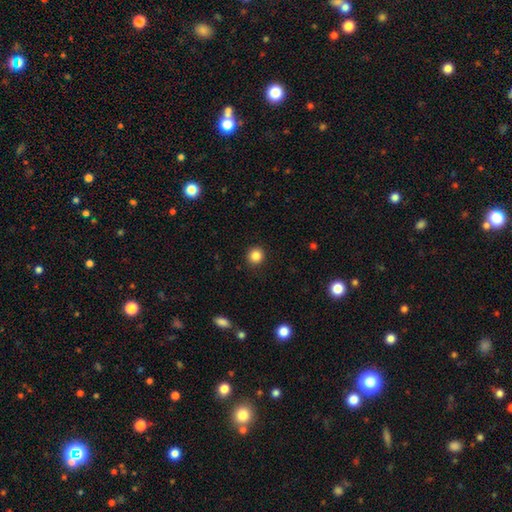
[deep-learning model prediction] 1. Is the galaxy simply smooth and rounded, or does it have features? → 86% smooth, 11% star or artifact, 3% featured or disk.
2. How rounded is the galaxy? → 93% round, 6% in between, 1% cigar-shaped.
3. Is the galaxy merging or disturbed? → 91% none, 6% minor disturbance, 2% major disturbance, 1% merger.